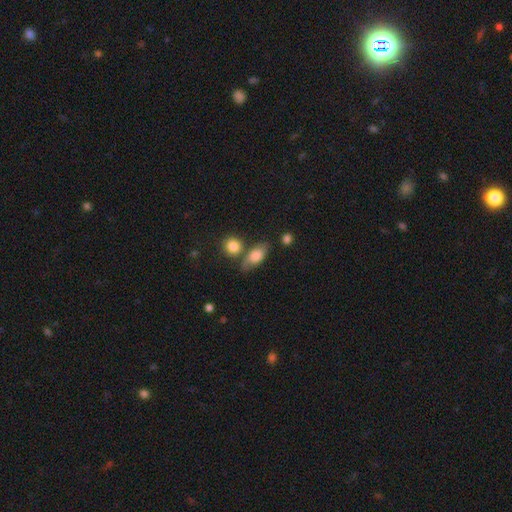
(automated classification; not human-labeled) A smooth galaxy with no disk features (73%) that is in between round and cigar-shaped (78%).

Vote fractions:
- Smooth or featured? smooth: 73% / featured or disk: 20% / star or artifact: 8%
- How rounded? in between: 78% / cigar-shaped: 11% / round: 11%
- Merging? none: 56% / minor disturbance: 22% / merger: 15% / major disturbance: 8%